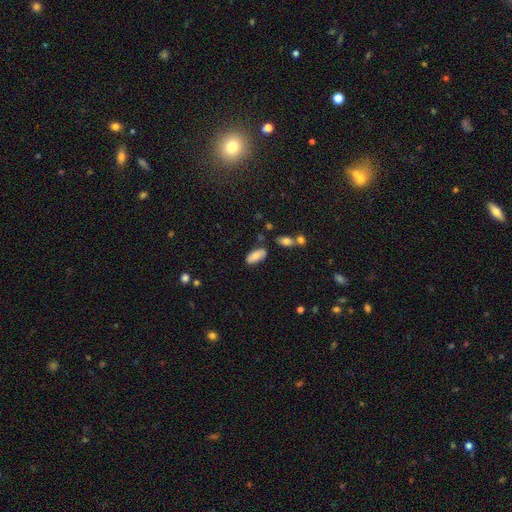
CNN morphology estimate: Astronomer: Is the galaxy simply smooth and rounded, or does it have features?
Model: smooth — 78%.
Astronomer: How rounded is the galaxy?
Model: in between — 89%.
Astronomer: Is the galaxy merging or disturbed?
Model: none — 77%.